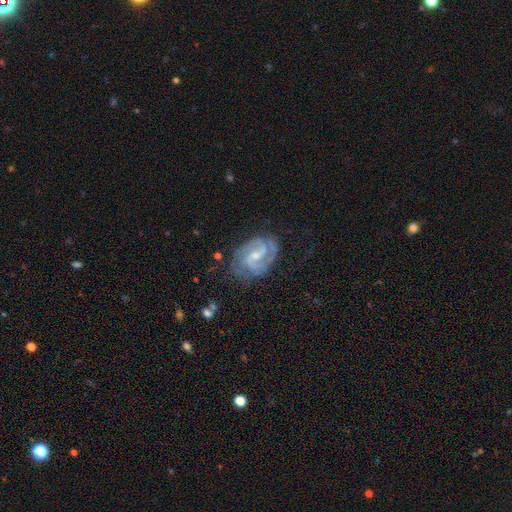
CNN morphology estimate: Smooth or featured?
  - featured or disk: 87% *
  - smooth: 8%
  - star or artifact: 5%
Edge-on disk?
  - no: 98% *
  - yes: 2%
Bar?
  - weak: 57% *
  - no: 23%
  - strong: 19%
Spiral arms?
  - yes: 96% *
  - no: 4%
Spiral winding?
  - medium: 49% *
  - tight: 38%
  - loose: 13%
Spiral arm count?
  - 2: 75% *
  - 3: 9%
  - can't tell: 9%
  - 1: 3%
  - 4: 2%
  - more than 4: 2%
Bulge size?
  - small: 55% *
  - moderate: 37%
  - none: 6%
  - large: 2%
  - dominant: 1%
Merging?
  - none: 68% *
  - minor disturbance: 21%
  - major disturbance: 9%
  - merger: 2%